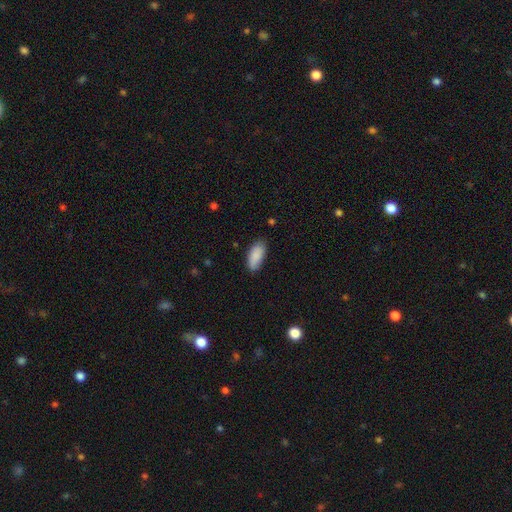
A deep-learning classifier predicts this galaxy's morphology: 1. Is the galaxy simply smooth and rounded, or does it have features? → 89% smooth, 6% star or artifact, 5% featured or disk.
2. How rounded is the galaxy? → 88% in between, 11% cigar-shaped, 2% round.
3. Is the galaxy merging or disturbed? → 81% none, 15% minor disturbance, 3% major disturbance, 1% merger.